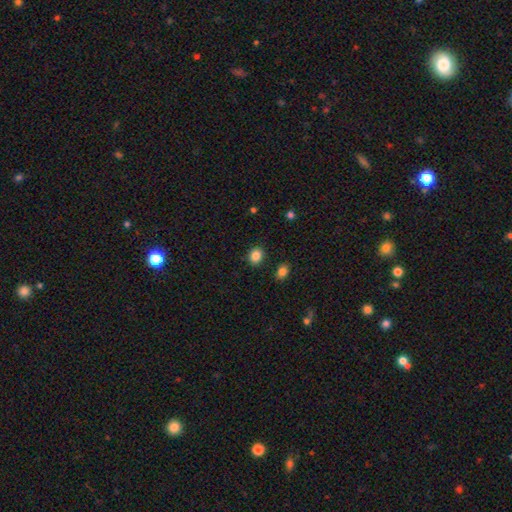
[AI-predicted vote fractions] Smooth or featured?
  - smooth: 86% *
  - star or artifact: 10%
  - featured or disk: 4%
How rounded?
  - round: 57% *
  - in between: 42%
  - cigar-shaped: 1%
Merging?
  - none: 87% *
  - minor disturbance: 8%
  - merger: 3%
  - major disturbance: 2%